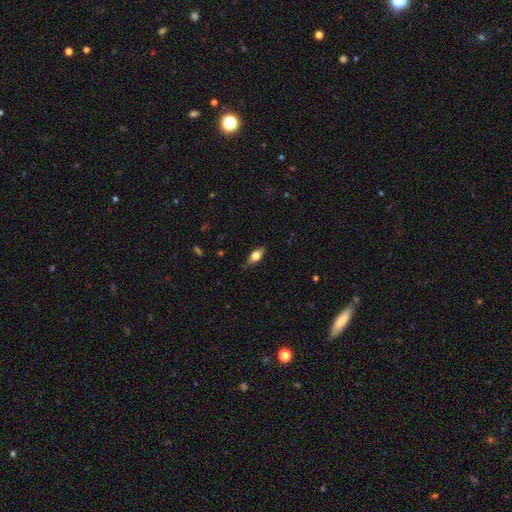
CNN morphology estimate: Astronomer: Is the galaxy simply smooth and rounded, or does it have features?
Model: smooth — 72%.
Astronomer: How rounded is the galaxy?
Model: in between — 82%.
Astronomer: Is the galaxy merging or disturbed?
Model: none — 79%.